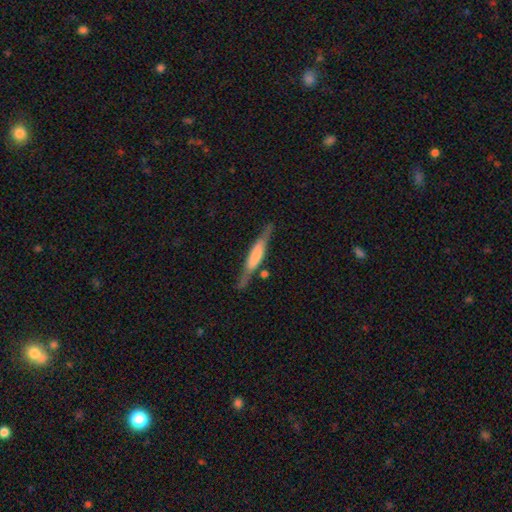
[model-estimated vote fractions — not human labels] The model was most divided on "smooth or featured": featured or disk: 54%, smooth: 40%, star or artifact: 6%. More confident: edge-on disk — yes (92%); merging — none (75%); edge-on bulge — boxy (51%).